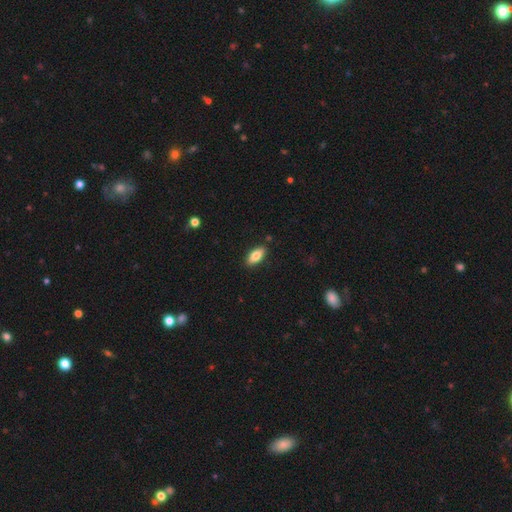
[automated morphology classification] Smooth or featured: smooth — 78% (featured or disk — 15%)
How rounded: in between — 85% (cigar-shaped — 12%)
Merging: none — 88% (minor disturbance — 9%)